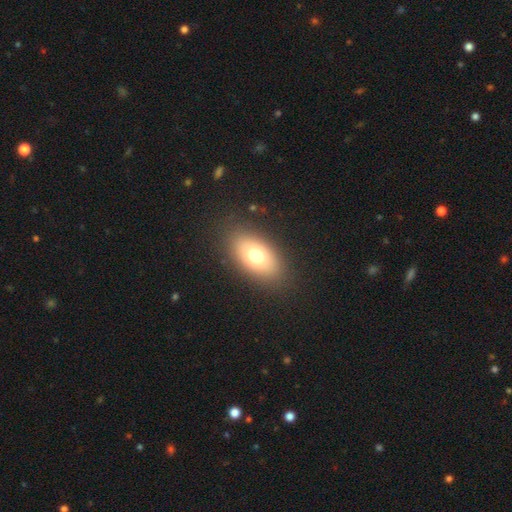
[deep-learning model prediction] The model was most divided on "smooth or featured": smooth: 72%, featured or disk: 18%, star or artifact: 10%. More confident: how rounded — in between (89%); merging — none (85%).